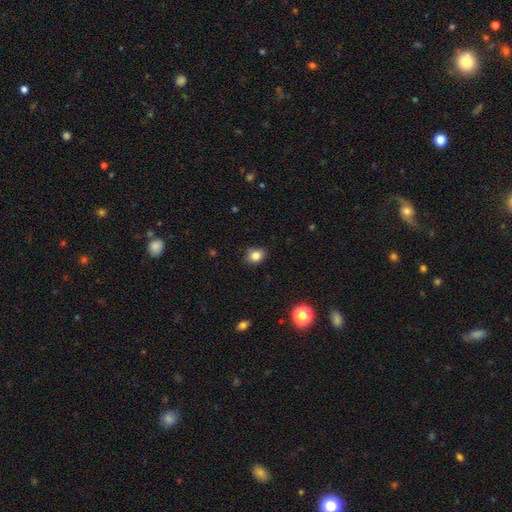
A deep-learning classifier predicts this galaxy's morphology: Smooth or featured: smooth — 83% (star or artifact — 11%)
How rounded: round — 62% (in between — 37%)
Merging: none — 82% (minor disturbance — 14%)